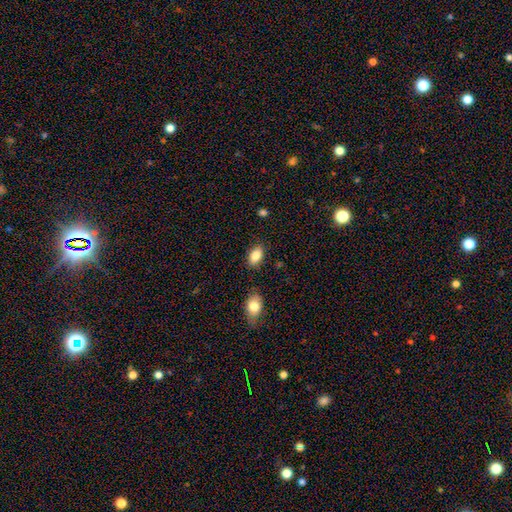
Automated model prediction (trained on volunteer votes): A smooth galaxy with no disk features (85%) that is in between round and cigar-shaped (90%).

Vote fractions:
- Smooth or featured? smooth: 85% / star or artifact: 8% / featured or disk: 7%
- How rounded? in between: 90% / round: 7% / cigar-shaped: 3%
- Merging? none: 83% / minor disturbance: 11% / merger: 3% / major disturbance: 3%